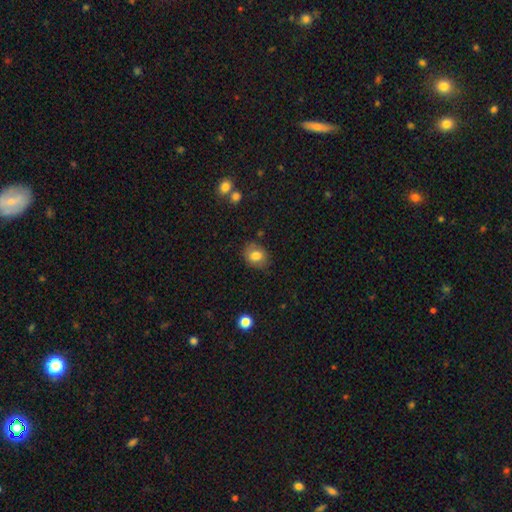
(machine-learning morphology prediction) This appears to be a smooth galaxy with no disk features (78%) that is in between round and cigar-shaped (51%). Merging: none (79%).